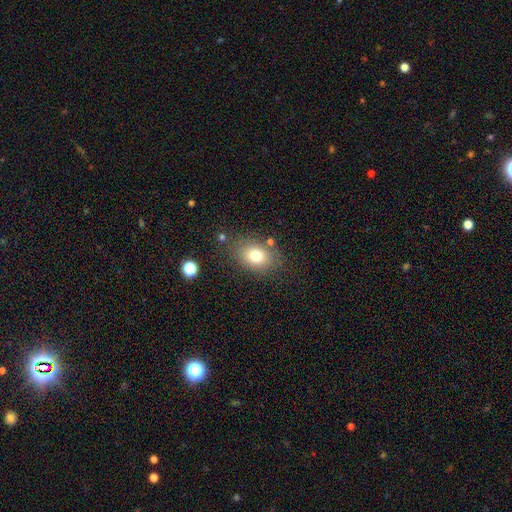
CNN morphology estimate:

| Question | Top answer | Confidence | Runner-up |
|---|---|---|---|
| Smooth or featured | smooth | 77% | featured or disk (12%) |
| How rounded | in between | 69% | round (30%) |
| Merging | none | 77% | minor disturbance (14%) |